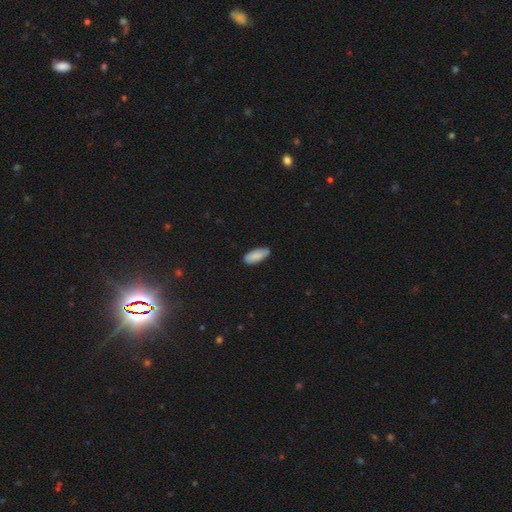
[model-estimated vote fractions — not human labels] smooth 87%, featured or disk 7%, star or artifact 6%. Down the decision tree: how rounded — in between (87%); merging — none (79%).